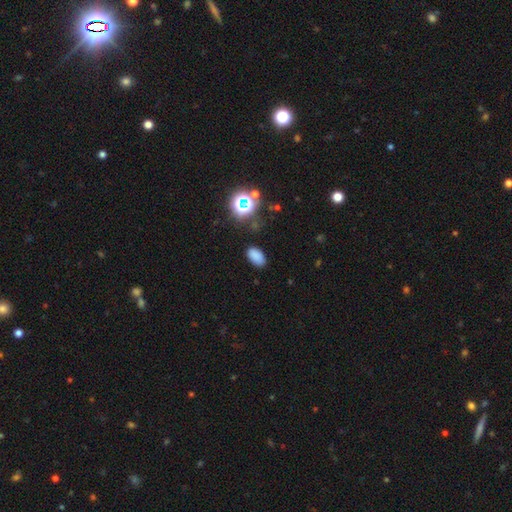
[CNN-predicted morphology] type=smooth (80%); roundness=in between (92%); merging=none (84%).